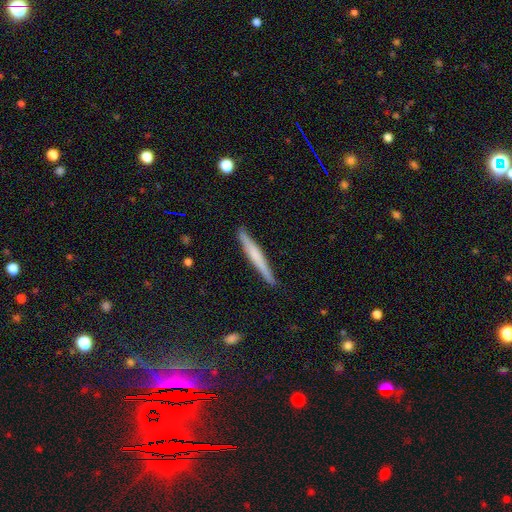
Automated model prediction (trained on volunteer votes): smooth_or_featured: smooth (p=0.49) [alt: featured or disk p=0.44]
merging: none (p=0.89) [alt: minor disturbance p=0.08]